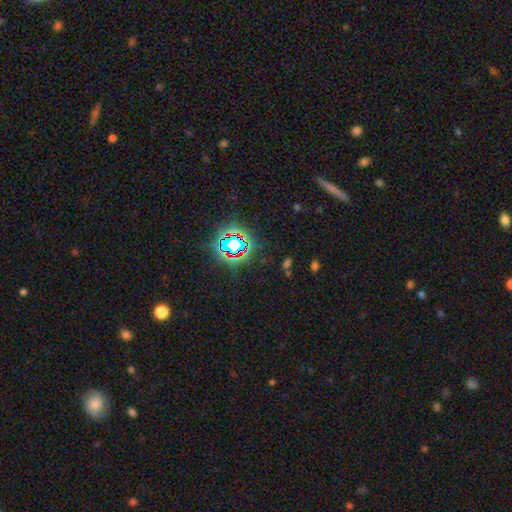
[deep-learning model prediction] Smooth or featured: star or artifact — 77% (smooth — 13%)